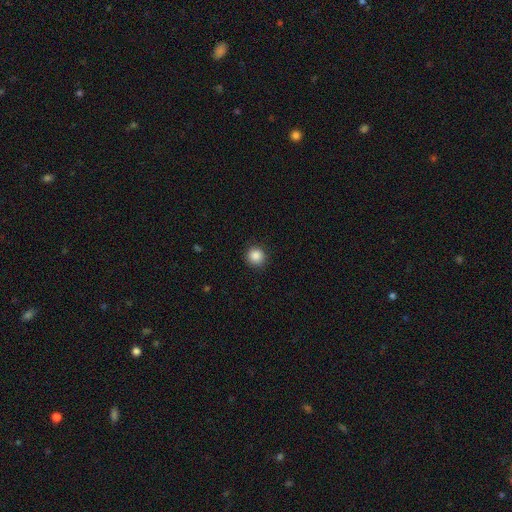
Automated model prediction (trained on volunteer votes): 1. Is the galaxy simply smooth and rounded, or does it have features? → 87% smooth, 10% star or artifact, 3% featured or disk.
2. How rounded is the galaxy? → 93% round, 6% in between, 1% cigar-shaped.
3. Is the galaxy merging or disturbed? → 90% none, 7% minor disturbance, 2% major disturbance, 1% merger.